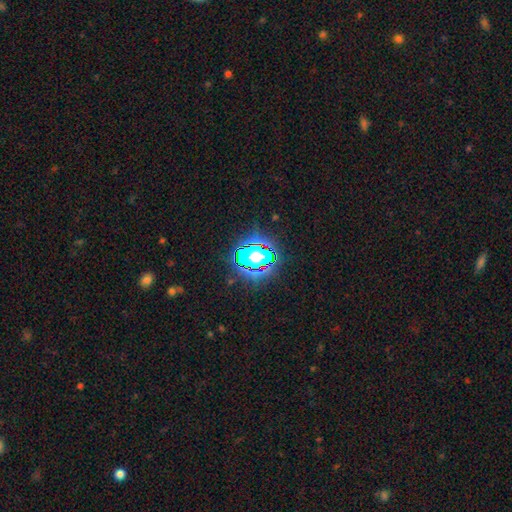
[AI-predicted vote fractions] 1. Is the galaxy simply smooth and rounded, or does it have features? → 72% star or artifact, 18% smooth, 10% featured or disk.